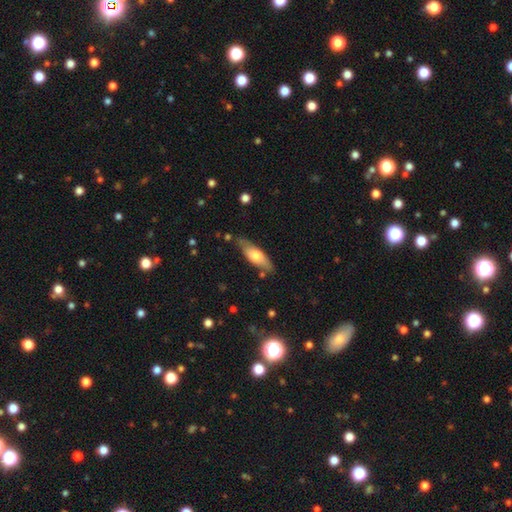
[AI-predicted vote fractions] This is likely a smooth galaxy (60%). How rounded: possibly in between (57%). Merging: likely none (74%).